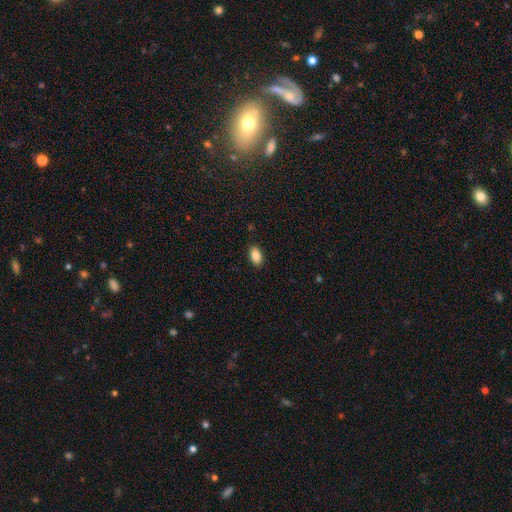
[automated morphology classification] Smooth or featured?
  - smooth: 86% *
  - star or artifact: 8%
  - featured or disk: 6%
How rounded?
  - in between: 91% *
  - round: 7%
  - cigar-shaped: 2%
Merging?
  - none: 88% *
  - minor disturbance: 9%
  - major disturbance: 2%
  - merger: 1%